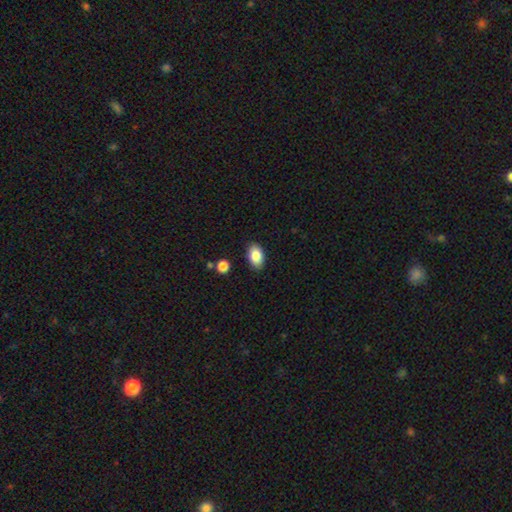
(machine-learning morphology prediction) smooth_or_featured: smooth (p=0.85) [alt: featured or disk p=0.08]
how_rounded: in between (p=0.90) [alt: round p=0.08]
merging: none (p=0.87) [alt: minor disturbance p=0.09]